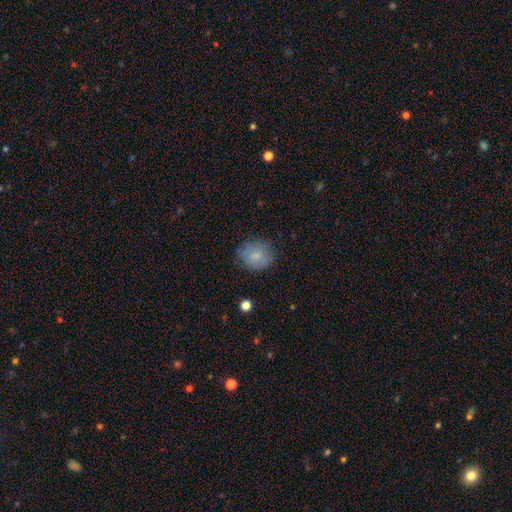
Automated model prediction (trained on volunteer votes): smooth-or-featured: smooth: 80% | featured or disk: 12% | star or artifact: 8%
  how-rounded: round: 79% | in between: 20% | cigar-shaped: 1%
  merging: none: 77% | minor disturbance: 17% | major disturbance: 5% | merger: 1%